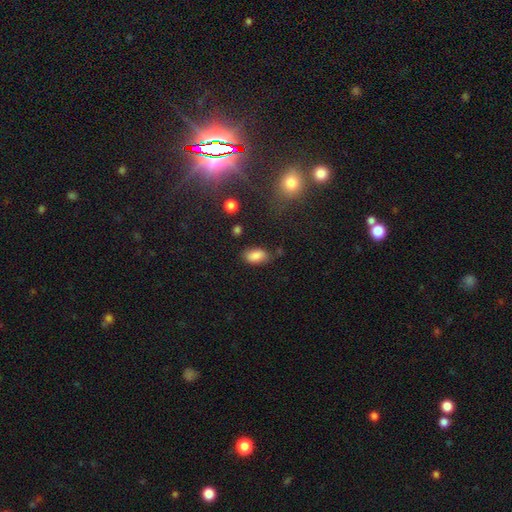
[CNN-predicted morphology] Q: Smooth or featured?
A: smooth (85%); runner-up: star or artifact (8%)
Q: How rounded?
A: in between (93%); runner-up: round (5%)
Q: Merging?
A: none (75%); runner-up: minor disturbance (17%)